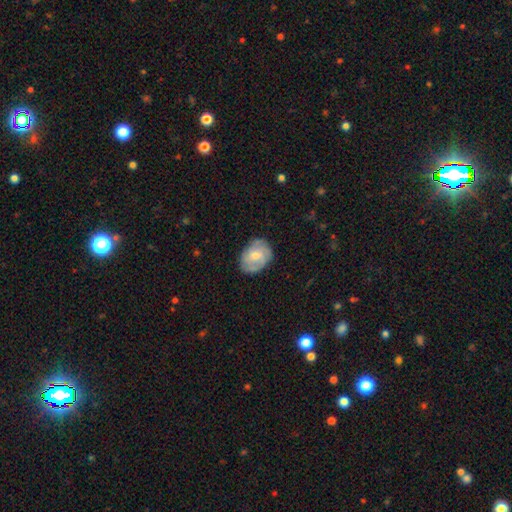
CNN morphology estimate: This is possibly a featured or disk galaxy (50%). Merging: likely none (75%).